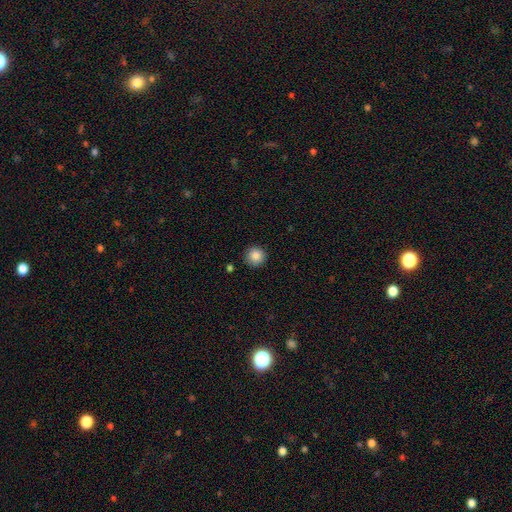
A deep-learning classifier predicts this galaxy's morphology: smooth-or-featured: smooth: 86% | star or artifact: 9% | featured or disk: 5%
  how-rounded: round: 95% | in between: 4% | cigar-shaped: 1%
  merging: none: 90% | minor disturbance: 7% | major disturbance: 2% | merger: 1%